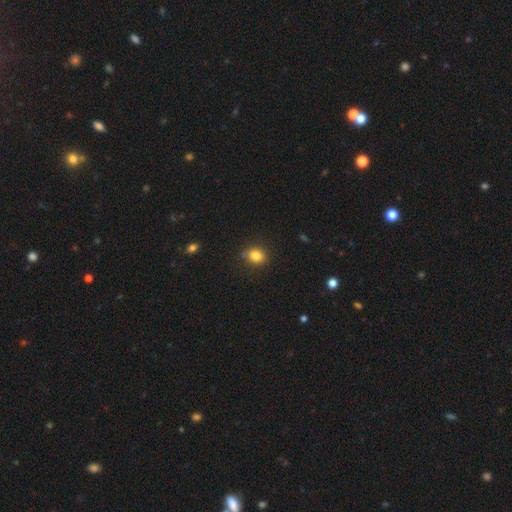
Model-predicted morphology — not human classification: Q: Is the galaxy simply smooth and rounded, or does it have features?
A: smooth — 84%.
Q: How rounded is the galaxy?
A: round — 52%.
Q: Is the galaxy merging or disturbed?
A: none — 82%.